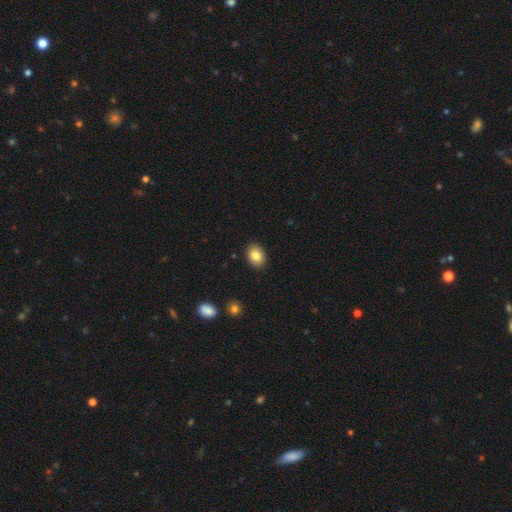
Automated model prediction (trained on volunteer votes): smooth 85%, star or artifact 8%, featured or disk 7%. Down the decision tree: how rounded — in between (73%); merging — none (89%).